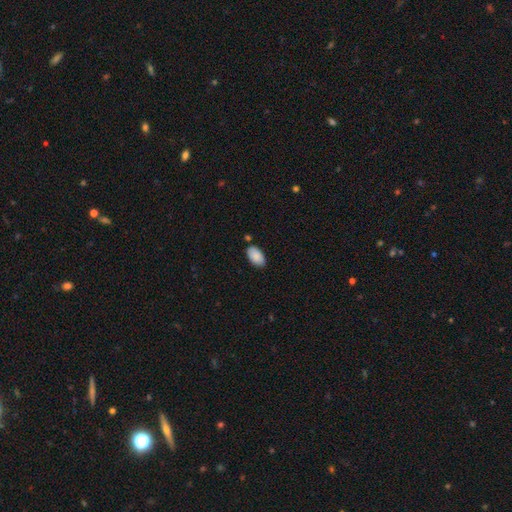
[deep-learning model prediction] This is clearly a smooth galaxy (88%). How rounded: clearly in between (95%). Merging: likely none (80%).